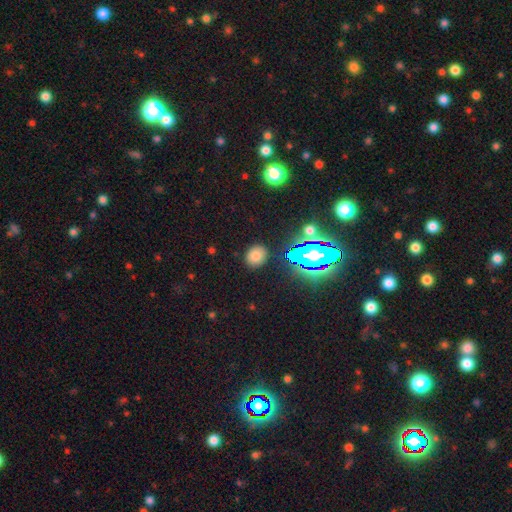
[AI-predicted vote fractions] A smooth galaxy with no disk features (73%) that is round (61%).

Vote fractions:
- Smooth or featured? smooth: 73% / star or artifact: 19% / featured or disk: 8%
- How rounded? round: 61% / in between: 38% / cigar-shaped: 1%
- Merging? none: 86% / minor disturbance: 9% / major disturbance: 3% / merger: 2%